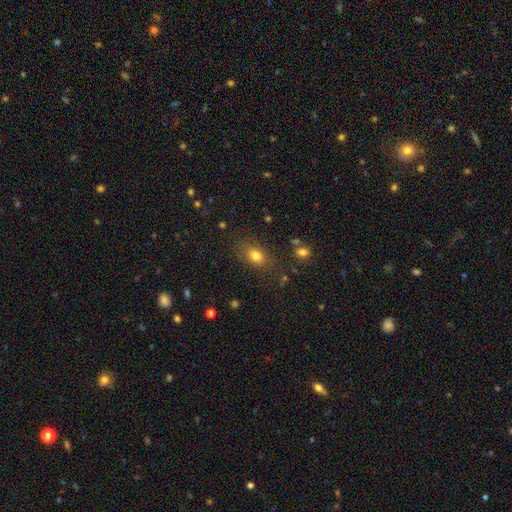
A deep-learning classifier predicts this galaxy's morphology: Q: Smooth or featured?
A: smooth (78%); runner-up: star or artifact (13%)
Q: How rounded?
A: in between (73%); runner-up: round (25%)
Q: Merging?
A: none (79%); runner-up: minor disturbance (13%)